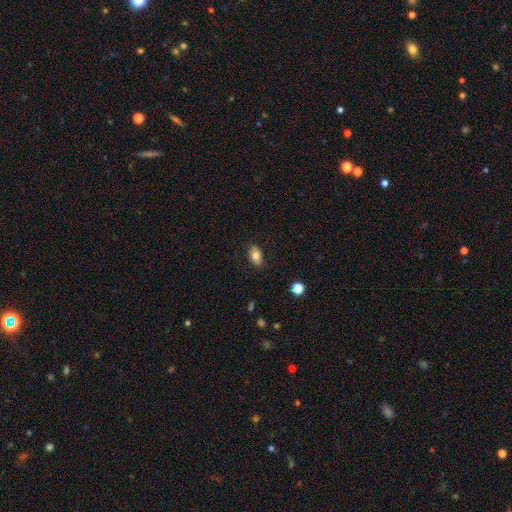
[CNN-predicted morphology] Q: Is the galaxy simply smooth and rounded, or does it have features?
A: smooth — 75%.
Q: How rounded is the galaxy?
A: in between — 85%.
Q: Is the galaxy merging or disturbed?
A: none — 83%.